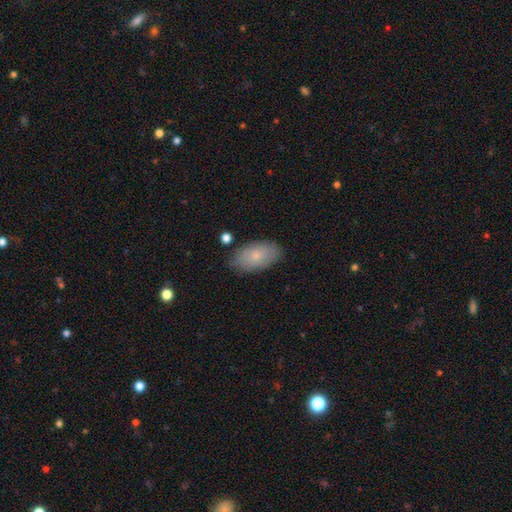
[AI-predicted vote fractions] Morphology: type=smooth (77%); roundness=in between (94%); merging=none (81%).